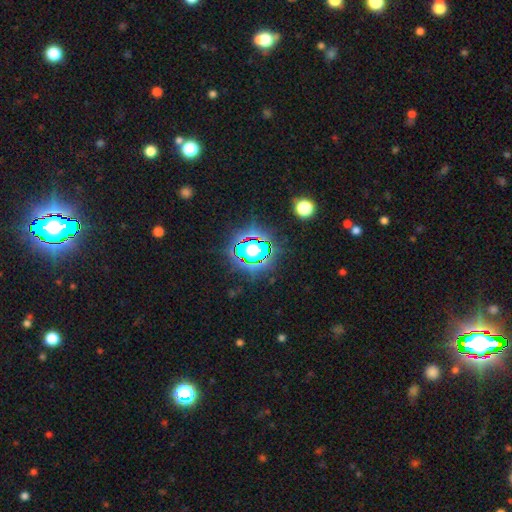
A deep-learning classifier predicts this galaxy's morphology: A star or artifact, not a galaxy (77%).